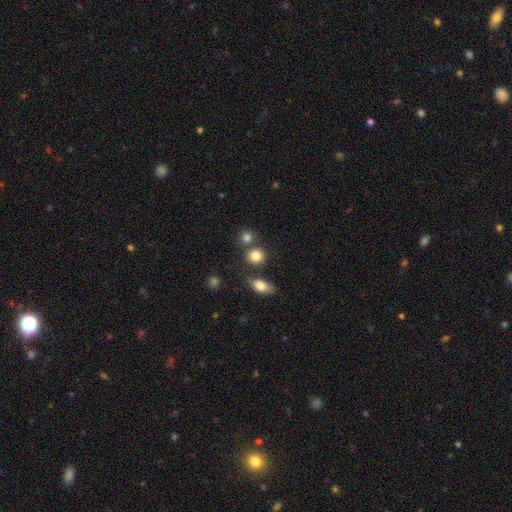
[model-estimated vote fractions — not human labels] A smooth galaxy with no disk features (82%) that is round (80%).

Vote fractions:
- Smooth or featured? smooth: 82% / star or artifact: 11% / featured or disk: 7%
- How rounded? round: 80% / in between: 18% / cigar-shaped: 1%
- Merging? none: 67% / merger: 19% / minor disturbance: 10% / major disturbance: 4%